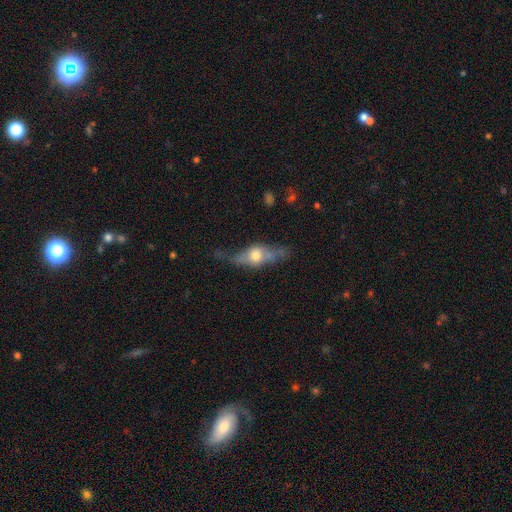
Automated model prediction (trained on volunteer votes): Smooth or featured: featured or disk — 54% (smooth — 38%)
Edge-on disk: yes — 64% (no — 36%)
Merging: none — 47% (minor disturbance — 27%)